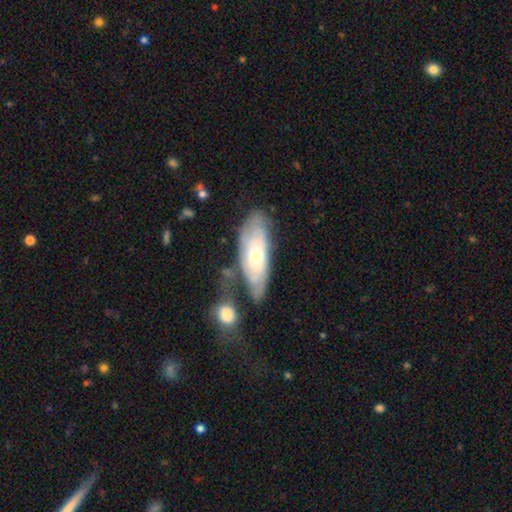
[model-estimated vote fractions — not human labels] Morphology: type=featured or disk (53%); edge-on=no (79%); merging=none (48%).